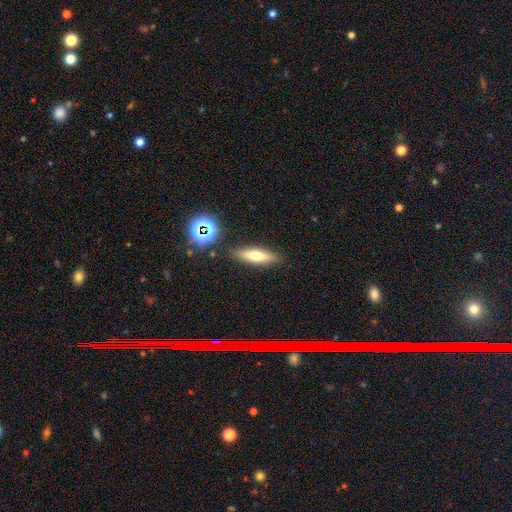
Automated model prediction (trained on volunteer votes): Smooth or featured?
  - smooth: 55% *
  - featured or disk: 35%
  - star or artifact: 10%
How rounded?
  - cigar-shaped: 68% *
  - in between: 29%
  - round: 3%
Merging?
  - none: 84% *
  - minor disturbance: 10%
  - merger: 4%
  - major disturbance: 3%